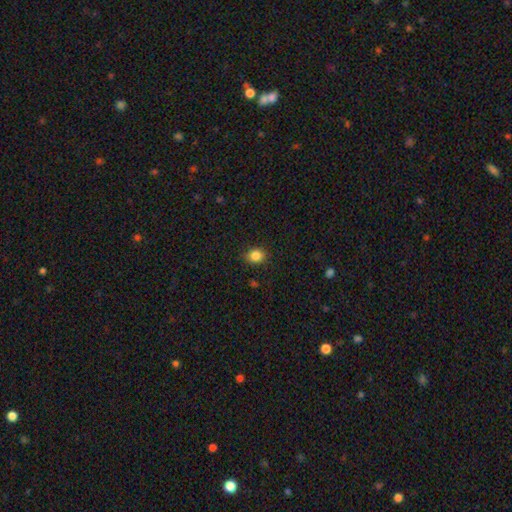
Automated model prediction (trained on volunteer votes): This appears to be a smooth galaxy with no disk features (86%) that is round (61%). Merging: none (87%).